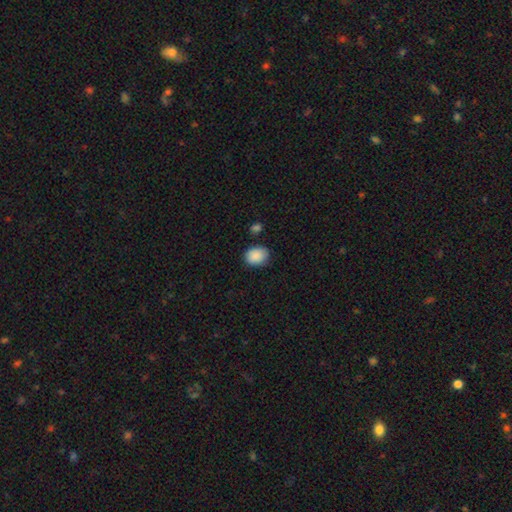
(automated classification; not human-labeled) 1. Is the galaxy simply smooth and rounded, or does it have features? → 89% smooth, 7% star or artifact, 3% featured or disk.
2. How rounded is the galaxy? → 61% in between, 39% round, 1% cigar-shaped.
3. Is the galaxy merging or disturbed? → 80% none, 14% minor disturbance, 3% merger, 3% major disturbance.